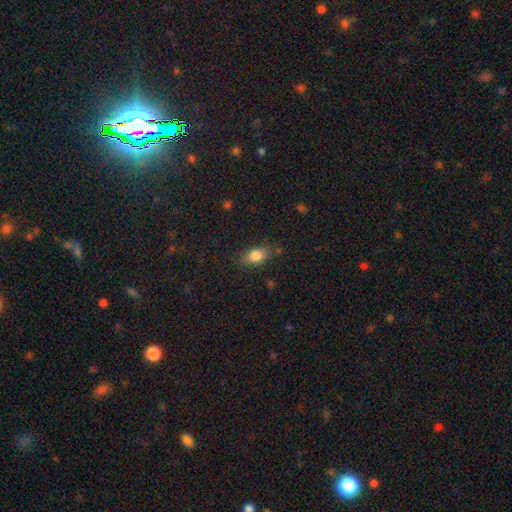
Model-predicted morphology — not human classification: Smooth or featured? smooth (82%)
How rounded? in between (84%)
Merging? none (79%)